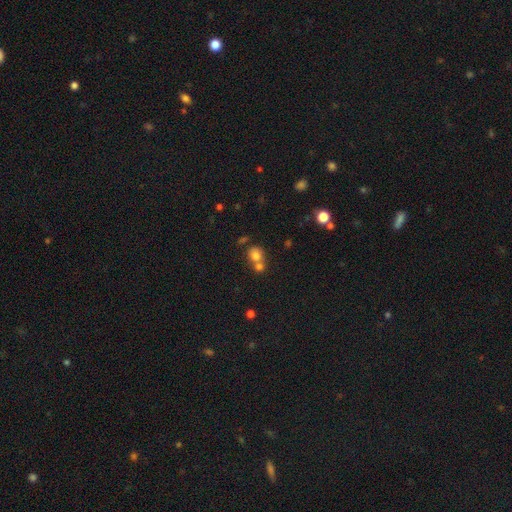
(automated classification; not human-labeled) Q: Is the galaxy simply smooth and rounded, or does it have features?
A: smooth — 76%.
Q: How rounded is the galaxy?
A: round — 80%.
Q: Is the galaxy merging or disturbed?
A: merger — 48%.